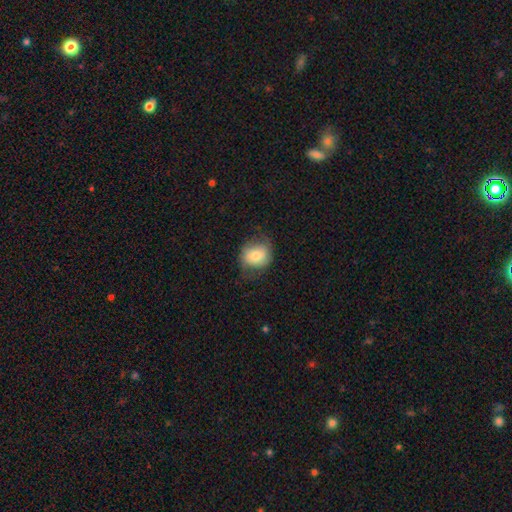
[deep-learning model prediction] smooth-or-featured: smooth: 72% | featured or disk: 20% | star or artifact: 8%
  how-rounded: round: 68% | in between: 31% | cigar-shaped: 1%
  merging: none: 61% | minor disturbance: 26% | major disturbance: 12% | merger: 1%